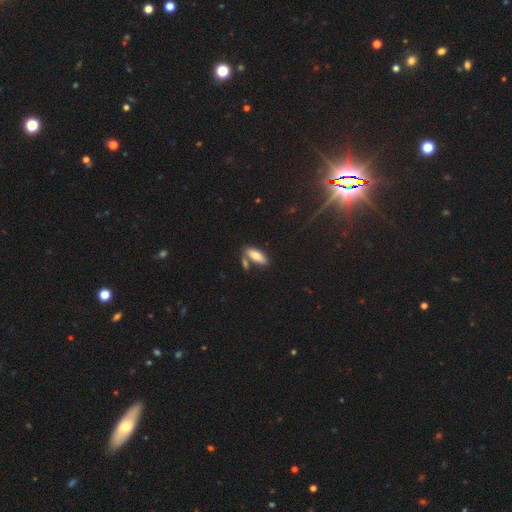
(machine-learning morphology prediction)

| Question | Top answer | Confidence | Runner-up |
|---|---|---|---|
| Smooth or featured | smooth | 76% | featured or disk (17%) |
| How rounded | in between | 73% | cigar-shaped (25%) |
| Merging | none | 68% | merger (17%) |